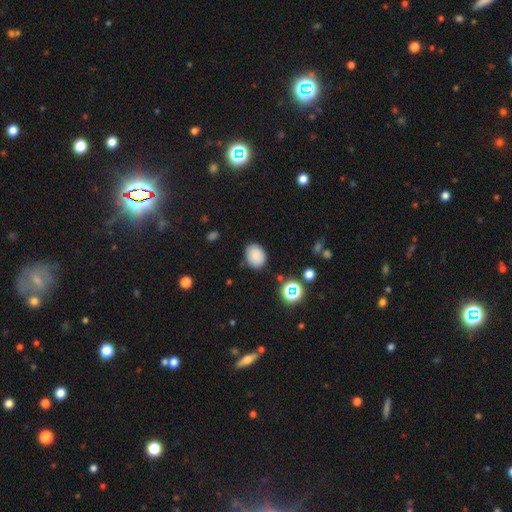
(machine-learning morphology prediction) smooth_or_featured: smooth (p=0.84) [alt: star or artifact p=0.11]
how_rounded: in between (p=0.61) [alt: round p=0.38]
merging: none (p=0.82) [alt: minor disturbance p=0.13]